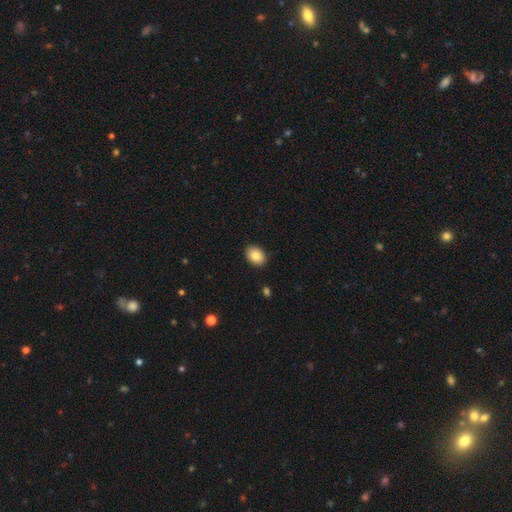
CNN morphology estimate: type=smooth (87%); roundness=in between (73%); merging=none (89%).